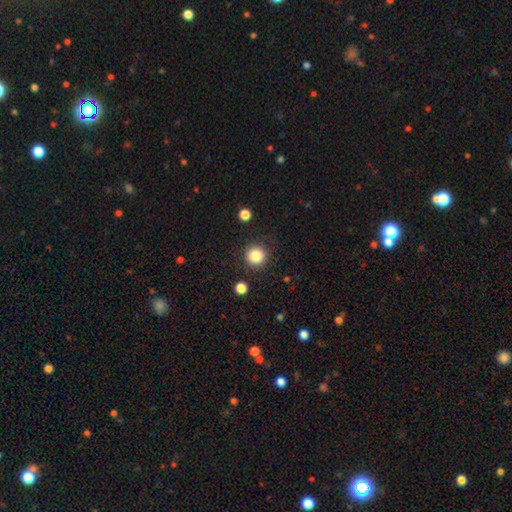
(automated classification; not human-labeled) Q: Smooth or featured?
A: smooth (85%); runner-up: star or artifact (10%)
Q: How rounded?
A: round (95%); runner-up: in between (4%)
Q: Merging?
A: none (88%); runner-up: minor disturbance (7%)